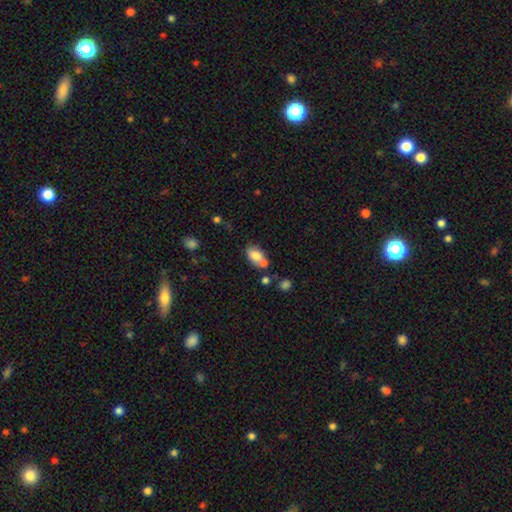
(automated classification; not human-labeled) Smooth or featured? smooth (77%)
How rounded? in between (83%)
Merging? none (44%)